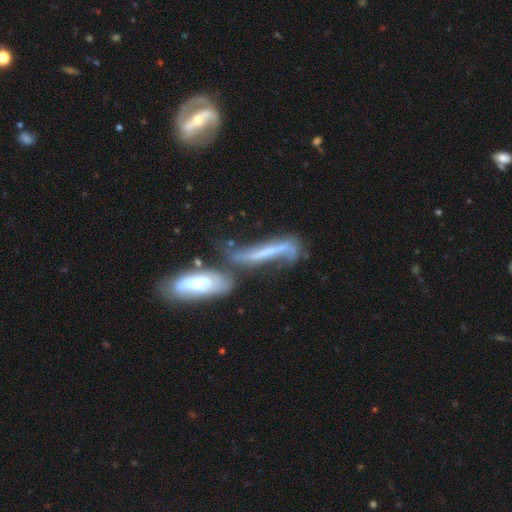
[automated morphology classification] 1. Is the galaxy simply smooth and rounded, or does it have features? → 60% featured or disk, 32% smooth, 7% star or artifact.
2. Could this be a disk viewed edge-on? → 50% no (tied), 50% yes (tied).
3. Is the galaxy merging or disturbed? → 36% merger, 27% none, 20% major disturbance, 17% minor disturbance.